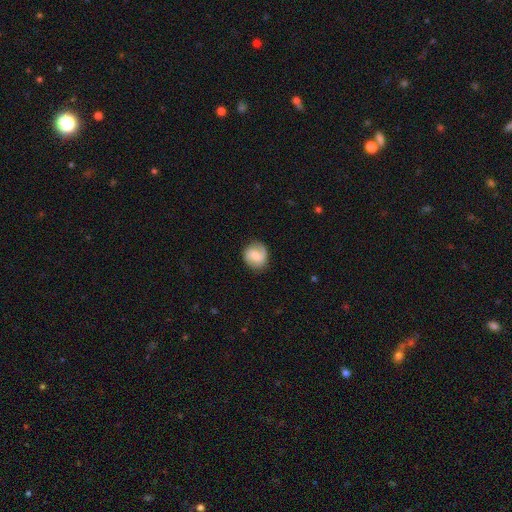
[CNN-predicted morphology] Smooth or featured?
  - featured or disk: 53% *
  - smooth: 40%
  - star or artifact: 7%
Edge-on disk?
  - no: 97% *
  - yes: 3%
Bar?
  - weak: 46% *
  - no: 43%
  - strong: 11%
Spiral arms?
  - yes: 90% *
  - no: 10%
Bulge size?
  - moderate: 52% *
  - small: 37%
  - none: 5%
  - large: 5%
  - dominant: 1%
Merging?
  - none: 82% *
  - minor disturbance: 13%
  - major disturbance: 4%
  - merger: 1%